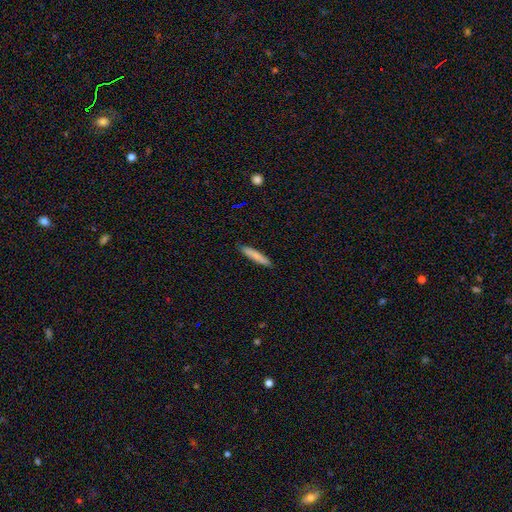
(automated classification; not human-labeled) A smooth galaxy with no disk features (82%) that is cigar-shaped (93%). Merging: none (91%).